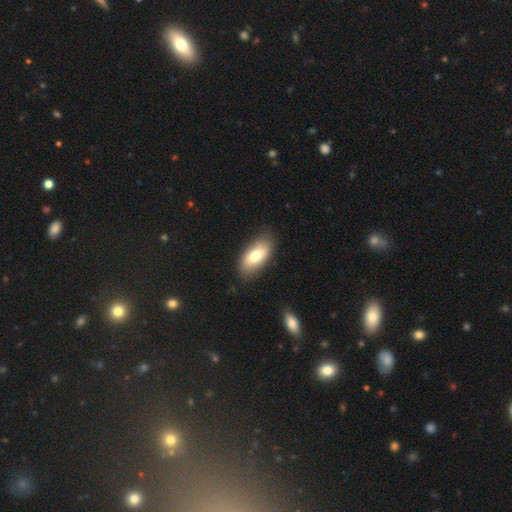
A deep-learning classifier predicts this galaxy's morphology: type=smooth (73%); roundness=in between (91%); merging=none (81%).